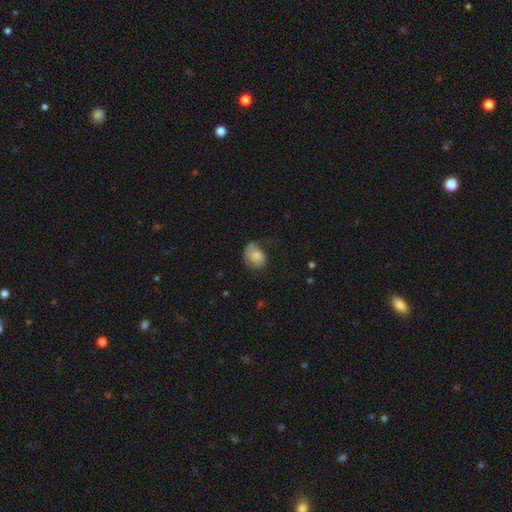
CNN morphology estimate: This is likely a smooth galaxy (75%). How rounded: likely in between (61%). Merging: marginally none (37%).